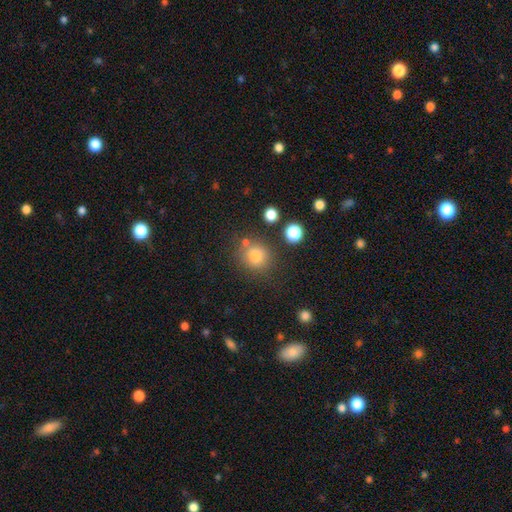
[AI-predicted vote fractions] Morphology: type=smooth (78%); roundness=round (83%); merging=none (76%).